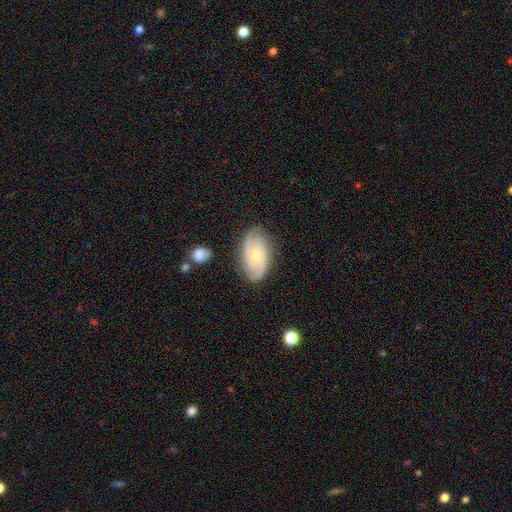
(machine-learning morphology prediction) A featured or disk galaxy (68%) with no bar (75%), 2 (43%) tight (55%) spiral arms (89%) and a small central bulge (54%). Merging: none (78%).